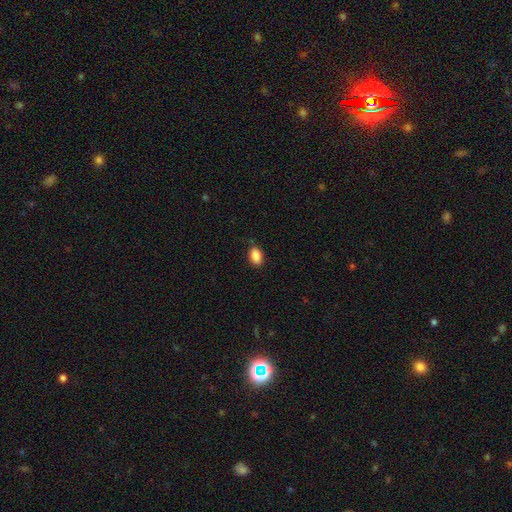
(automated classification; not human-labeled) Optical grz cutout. It shows a smooth galaxy with no disk features (89%) that is in between round and cigar-shaped (90%). Merging: none (81%).